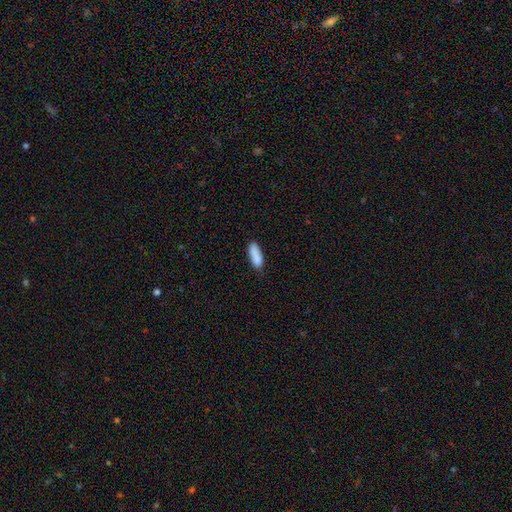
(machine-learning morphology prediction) A smooth galaxy with no disk features (87%) that is in between round and cigar-shaped (65%). Merging: none (77%).